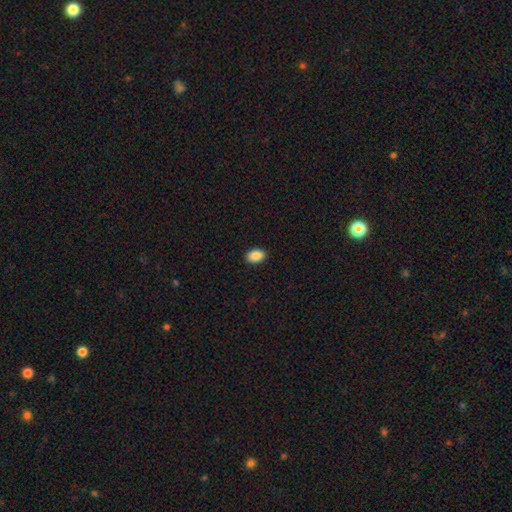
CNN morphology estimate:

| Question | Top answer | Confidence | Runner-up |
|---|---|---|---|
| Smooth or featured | smooth | 90% | star or artifact (7%) |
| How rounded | in between | 85% | round (14%) |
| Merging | none | 90% | minor disturbance (7%) |